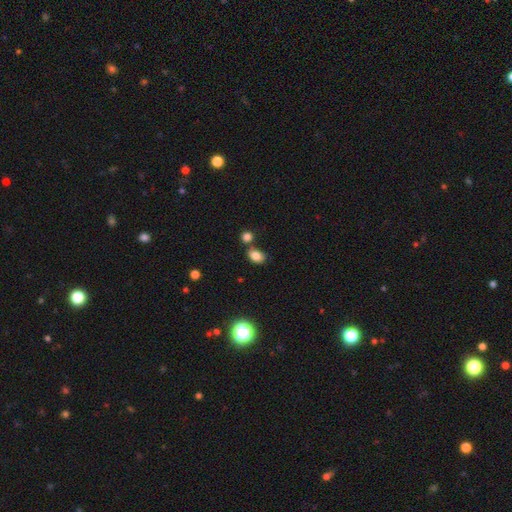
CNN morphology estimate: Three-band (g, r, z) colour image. It shows a smooth galaxy with no disk features (82%) that is in between round and cigar-shaped (78%). Merging: none (65%).